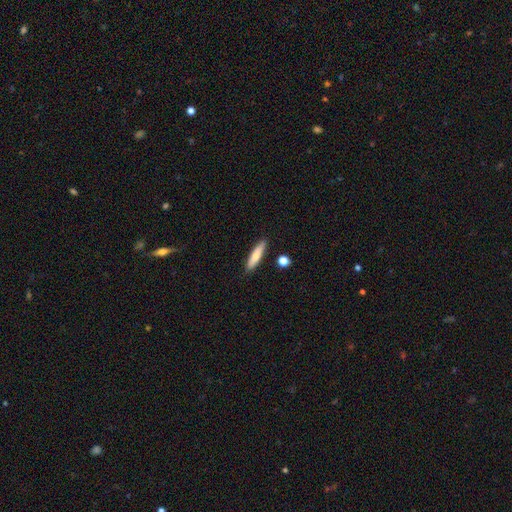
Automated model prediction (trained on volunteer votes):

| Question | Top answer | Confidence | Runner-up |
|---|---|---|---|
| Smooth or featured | smooth | 75% | featured or disk (19%) |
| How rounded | cigar-shaped | 81% | in between (17%) |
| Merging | none | 87% | minor disturbance (9%) |